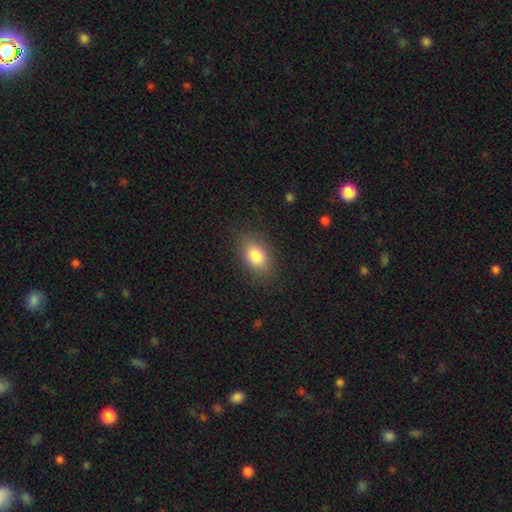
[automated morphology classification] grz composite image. It shows a smooth galaxy with no disk features (83%) that is in between round and cigar-shaped (86%). Merging: none (85%).